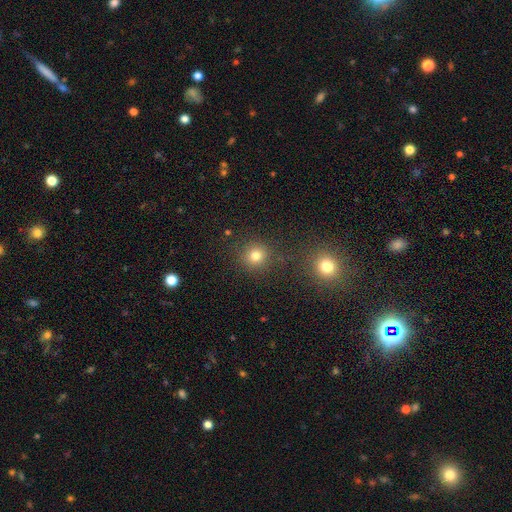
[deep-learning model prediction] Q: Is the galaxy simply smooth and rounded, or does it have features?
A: smooth — 78%.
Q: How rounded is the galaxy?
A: round — 91%.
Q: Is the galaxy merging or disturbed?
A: none — 82%.